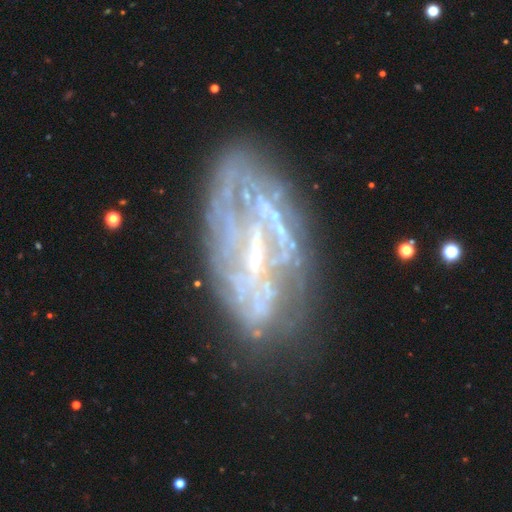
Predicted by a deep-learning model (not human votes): featured or disk 78%, smooth 12%, star or artifact 10%. Down the decision tree: edge-on disk — no (90%); bar — weak (37%); spiral arms — yes (58%); bulge size — small (50%); merging — none (59%).